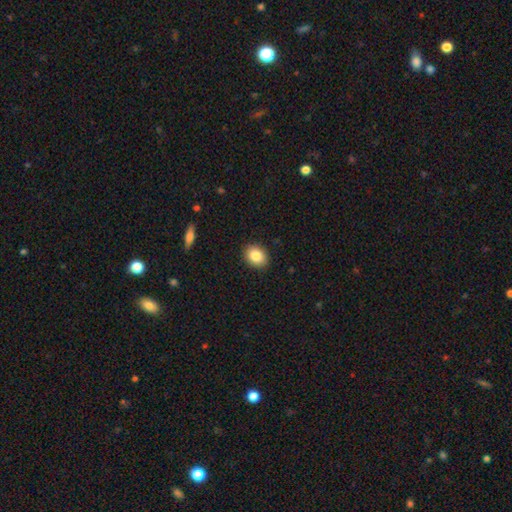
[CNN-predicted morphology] Smooth or featured?
  - smooth: 85% *
  - star or artifact: 9%
  - featured or disk: 6%
How rounded?
  - in between: 52% *
  - round: 47%
  - cigar-shaped: 1%
Merging?
  - none: 90% *
  - minor disturbance: 7%
  - major disturbance: 2%
  - merger: 1%